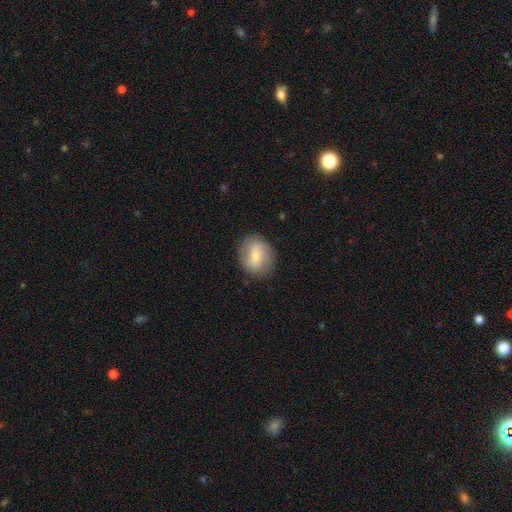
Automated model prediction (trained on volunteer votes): The model was most divided on "smooth or featured": smooth: 49%, featured or disk: 44%, star or artifact: 7%. More confident: merging — none (83%).